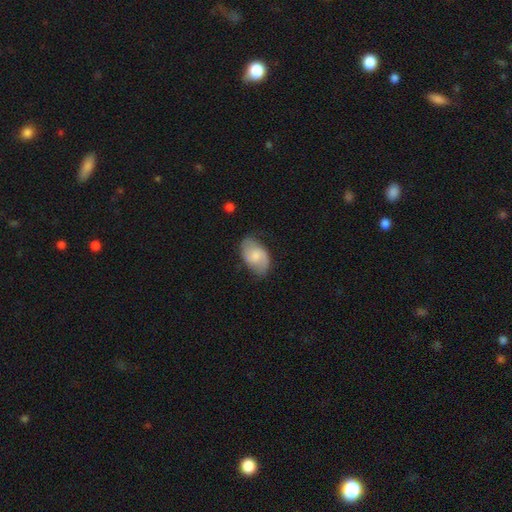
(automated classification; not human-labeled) Q: Smooth or featured?
A: smooth (50%); runner-up: featured or disk (44%)
Q: Merging?
A: none (70%); runner-up: minor disturbance (23%)